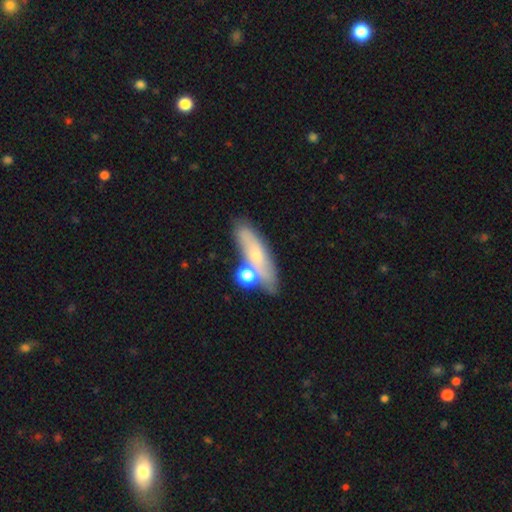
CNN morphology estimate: Smooth or featured? smooth (56%)
How rounded? cigar-shaped (51%)
Merging? none (58%)